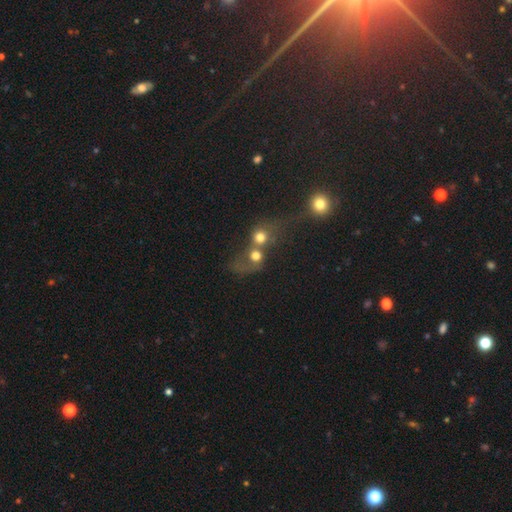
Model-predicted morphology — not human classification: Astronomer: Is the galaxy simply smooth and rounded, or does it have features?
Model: smooth — 65%.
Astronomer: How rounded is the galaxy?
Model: round — 79%.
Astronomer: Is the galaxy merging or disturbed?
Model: merger — 66%.